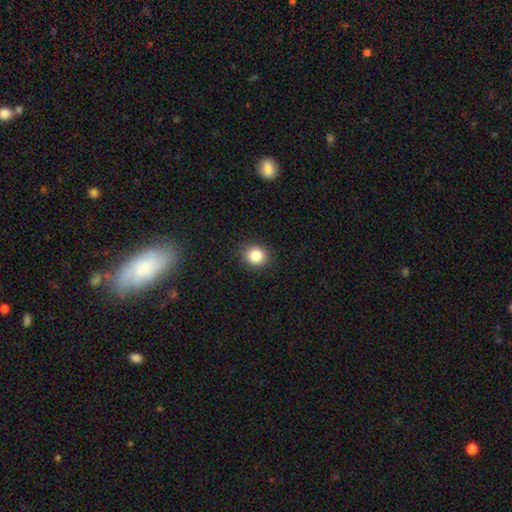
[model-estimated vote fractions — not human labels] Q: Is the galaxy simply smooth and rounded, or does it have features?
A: smooth — 85%.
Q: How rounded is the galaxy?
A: round — 78%.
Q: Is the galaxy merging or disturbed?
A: none — 89%.